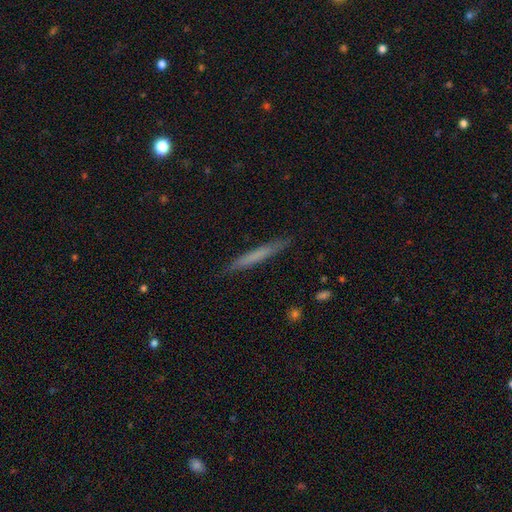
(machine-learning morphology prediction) Smooth or featured? Predicted: smooth (p=0.61). How rounded? Predicted: cigar-shaped (p=0.96). Merging? Predicted: none (p=0.89).